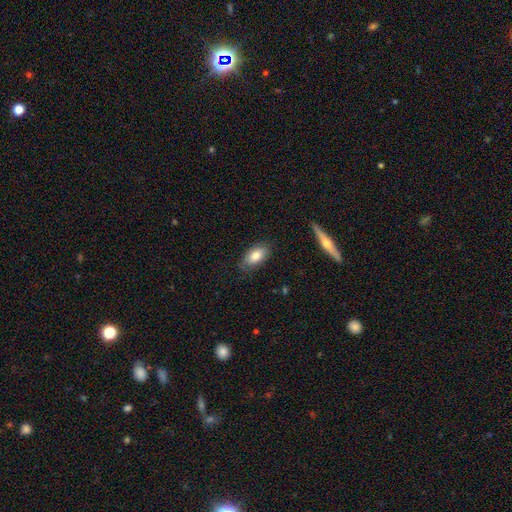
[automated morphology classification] Smooth or featured? Predicted: smooth (p=0.79). How rounded? Predicted: in between (p=0.90). Merging? Predicted: none (p=0.80).